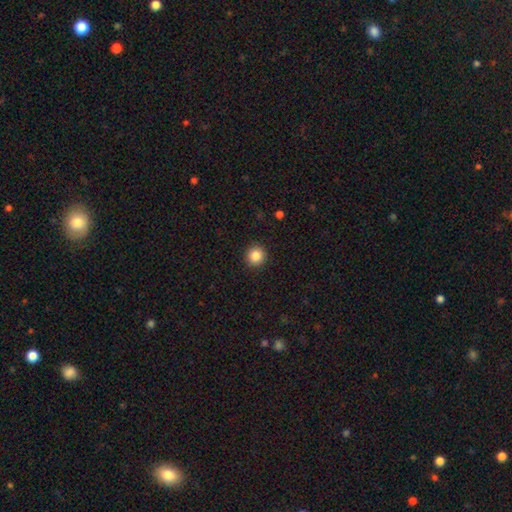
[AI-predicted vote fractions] Smooth or featured?
  - smooth: 86% *
  - star or artifact: 10%
  - featured or disk: 4%
How rounded?
  - round: 94% *
  - in between: 5%
  - cigar-shaped: 1%
Merging?
  - none: 92% *
  - minor disturbance: 5%
  - major disturbance: 2%
  - merger: 1%